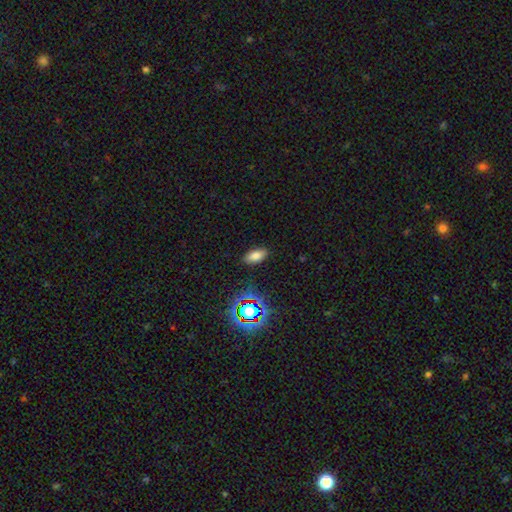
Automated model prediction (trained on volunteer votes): smooth-or-featured: smooth: 75% | star or artifact: 16% | featured or disk: 9%
  how-rounded: in between: 90% | cigar-shaped: 6% | round: 4%
  merging: none: 87% | minor disturbance: 9% | major disturbance: 2% | merger: 1%